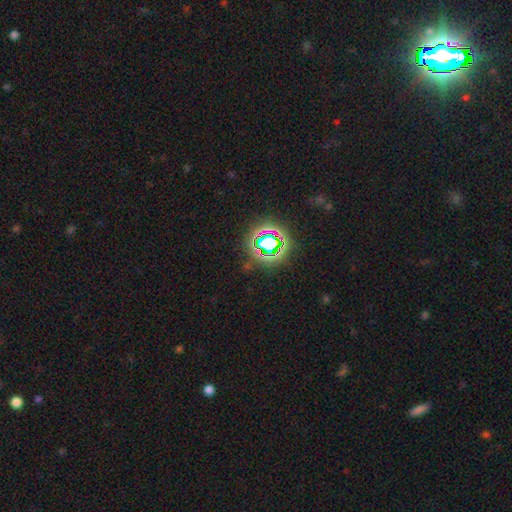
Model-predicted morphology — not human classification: star or artifact 77%, smooth 16%, featured or disk 7%.